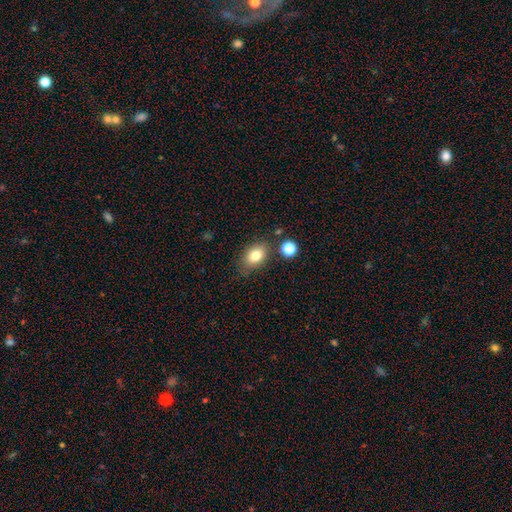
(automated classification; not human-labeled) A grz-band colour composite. It shows a smooth galaxy with no disk features (80%) that is in between round and cigar-shaped (83%). Merging: none (73%).